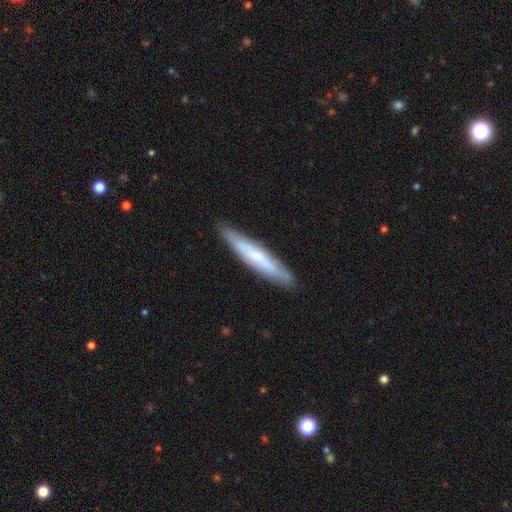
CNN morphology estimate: The model was most divided on "smooth or featured": smooth: 55%, featured or disk: 40%, star or artifact: 6%. More confident: how rounded — cigar-shaped (92%); merging — none (87%).